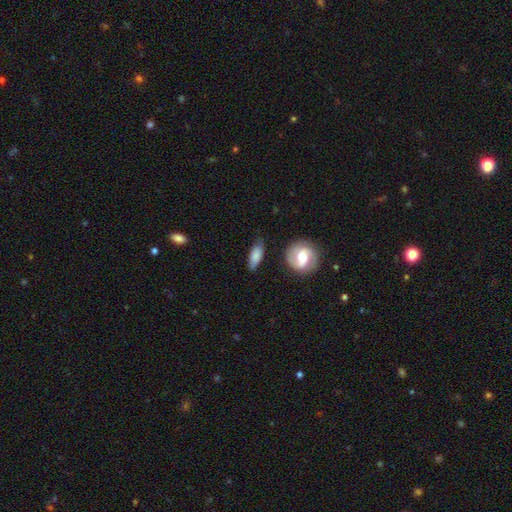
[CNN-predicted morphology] This is likely a smooth galaxy (69%). How rounded: likely in between (75%). Merging: likely none (67%).